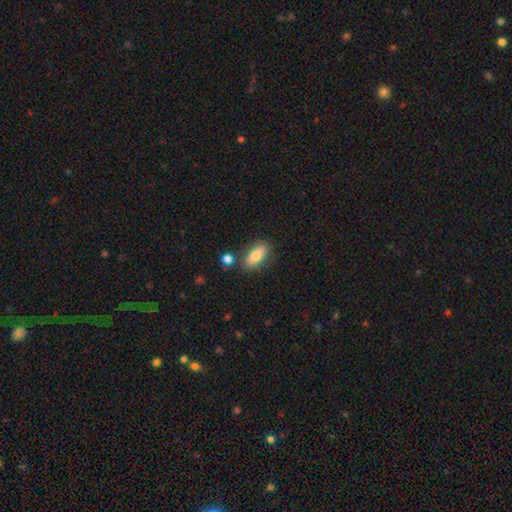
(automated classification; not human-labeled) smooth_or_featured: smooth (p=0.75) [alt: featured or disk p=0.18]
how_rounded: in between (p=0.84) [alt: cigar-shaped p=0.12]
merging: none (p=0.77) [alt: minor disturbance p=0.13]